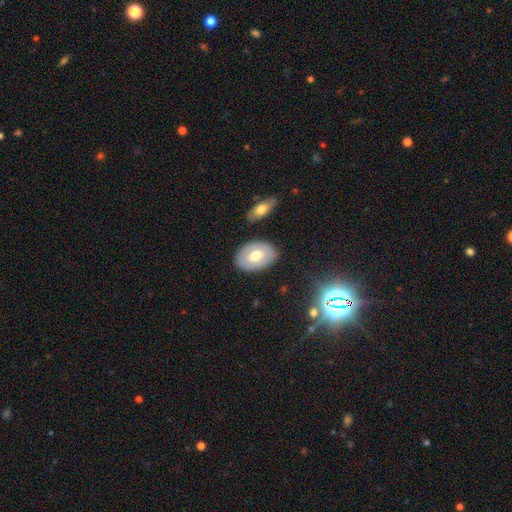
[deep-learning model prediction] smooth-or-featured: smooth: 50% | featured or disk: 44% | star or artifact: 6%
  how-rounded: in between: 85% | round: 14% | cigar-shaped: 1%
  merging: none: 82% | minor disturbance: 12% | major disturbance: 3% | merger: 3%